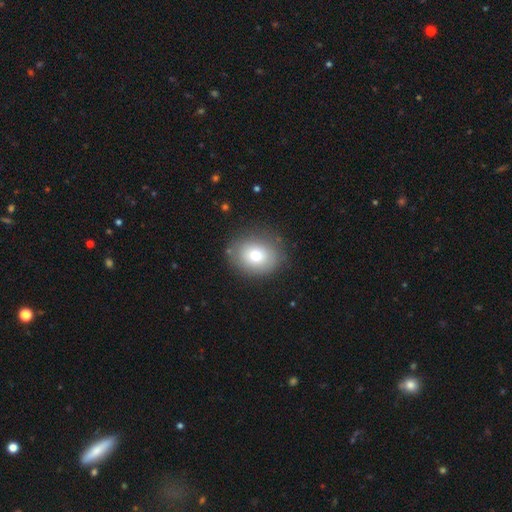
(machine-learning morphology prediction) Q: Smooth or featured?
A: smooth (73%); runner-up: featured or disk (16%)
Q: How rounded?
A: round (59%); runner-up: in between (40%)
Q: Merging?
A: none (82%); runner-up: minor disturbance (12%)